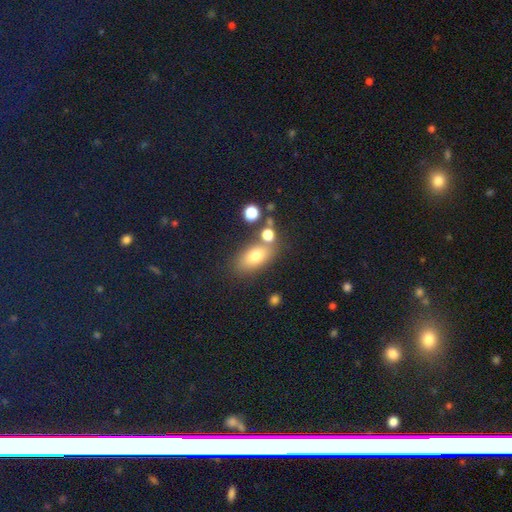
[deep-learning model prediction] smooth_or_featured: smooth (p=0.74) [alt: featured or disk p=0.14]
how_rounded: in between (p=0.81) [alt: round p=0.13]
merging: none (p=0.66) [alt: merger p=0.16]